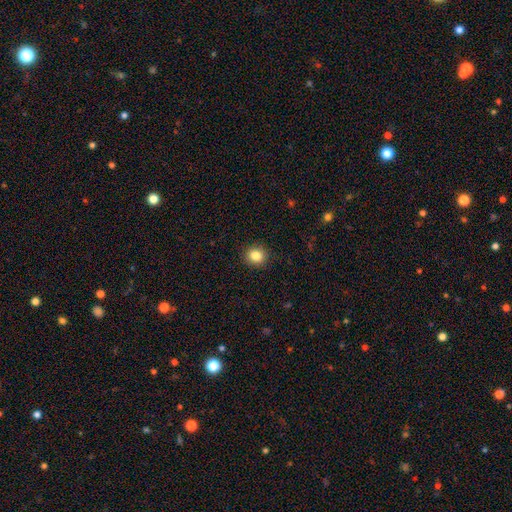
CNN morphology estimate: Overall: smooth (85%). How rounded: round (80%). Merging: none (91%).